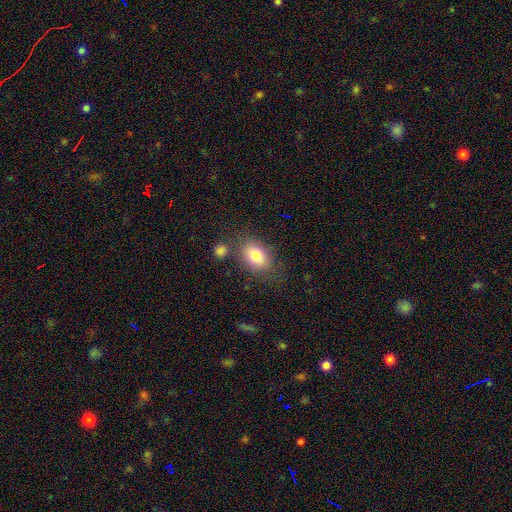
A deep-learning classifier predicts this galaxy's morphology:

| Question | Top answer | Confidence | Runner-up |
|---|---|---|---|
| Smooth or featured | smooth | 81% | featured or disk (11%) |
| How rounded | in between | 78% | round (20%) |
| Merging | none | 69% | minor disturbance (16%) |